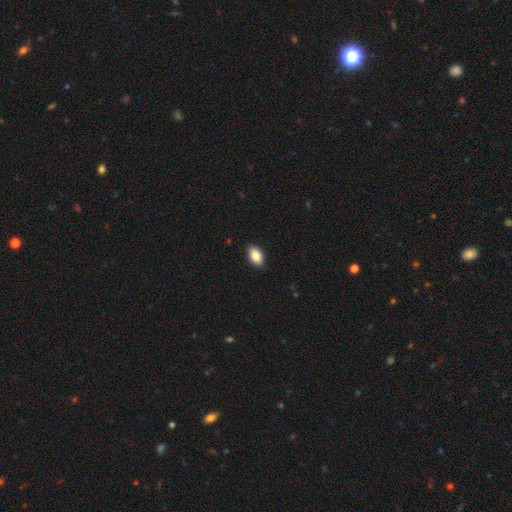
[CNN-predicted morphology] Smooth or featured? Predicted: smooth (p=0.86). How rounded? Predicted: in between (p=0.92). Merging? Predicted: none (p=0.88).